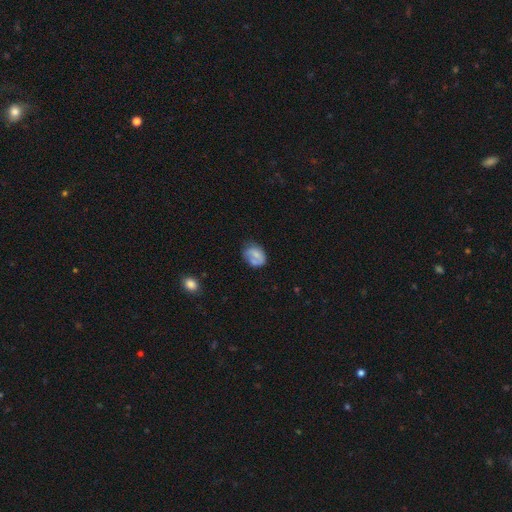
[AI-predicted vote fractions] This appears to be a smooth galaxy with no disk features (62%) that is in between round and cigar-shaped (63%). Merging: none (49%).